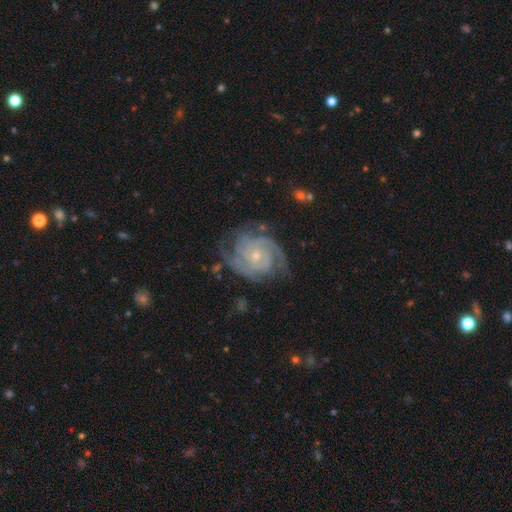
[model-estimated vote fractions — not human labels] Overall: featured or disk (89%). Edge-on disk: no (98%). Bar: no (73%). Spiral arms: yes (97%). Spiral arm count: 2 (35%; 3 27%). Spiral winding: tight (64%; medium 31%). Bulge size: small (74%). Merging: none (70%).